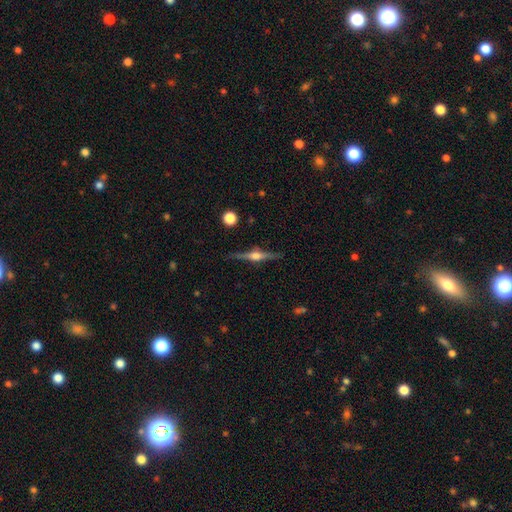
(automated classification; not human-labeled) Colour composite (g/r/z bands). It shows a featured or disk galaxy (83%) viewed edge-on (98%) with a rounded central bulge (93%). Merging: none (88%).